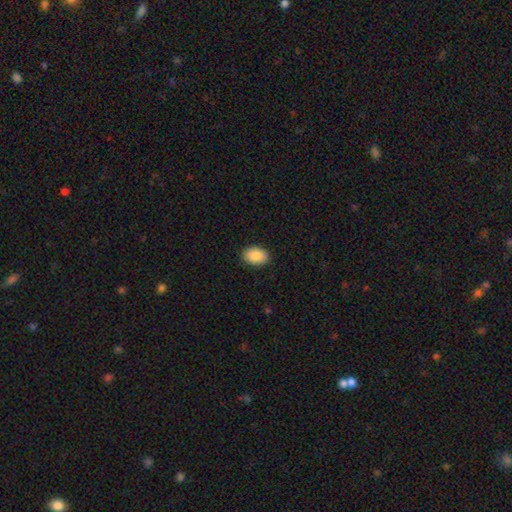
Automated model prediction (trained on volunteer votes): Smooth or featured? smooth (88%)
How rounded? in between (86%)
Merging? none (90%)